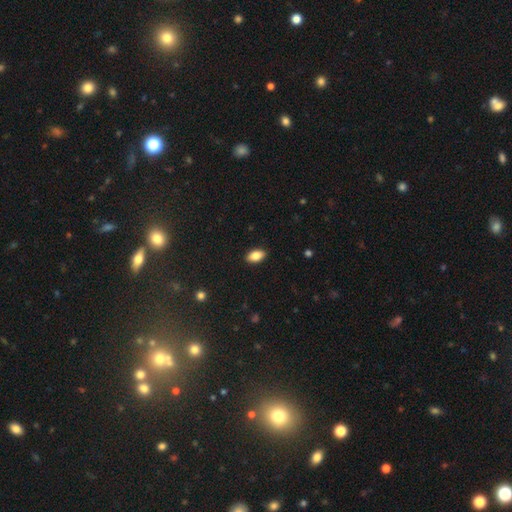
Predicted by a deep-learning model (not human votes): smooth_or_featured: smooth (p=0.84) [alt: featured or disk p=0.08]
how_rounded: in between (p=0.92) [alt: round p=0.06]
merging: none (p=0.89) [alt: minor disturbance p=0.08]